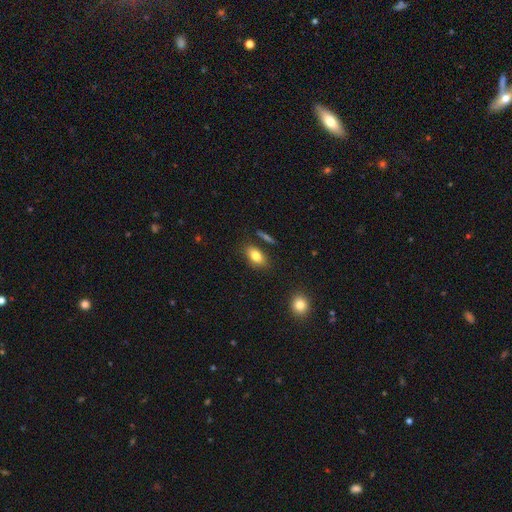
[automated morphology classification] Q: Smooth or featured?
A: smooth (81%); runner-up: featured or disk (10%)
Q: How rounded?
A: in between (88%); runner-up: round (8%)
Q: Merging?
A: none (81%); runner-up: minor disturbance (11%)